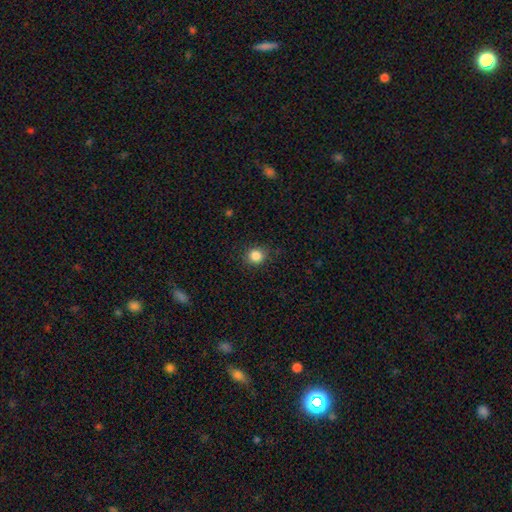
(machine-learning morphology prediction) Smooth or featured?
  - smooth: 85% *
  - star or artifact: 11%
  - featured or disk: 4%
How rounded?
  - round: 88% *
  - in between: 12%
  - cigar-shaped: 1%
Merging?
  - none: 87% *
  - minor disturbance: 9%
  - major disturbance: 3%
  - merger: 1%